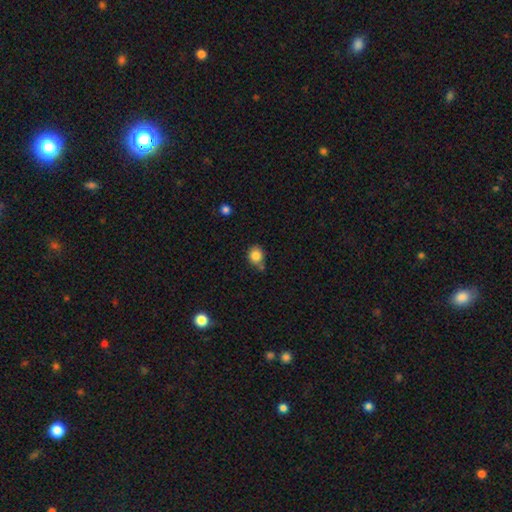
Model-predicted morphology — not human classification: The model was most divided on "merging": none: 58%, minor disturbance: 24%, merger: 13%, major disturbance: 5%. More confident: smooth or featured — smooth (84%); how rounded — round (76%).